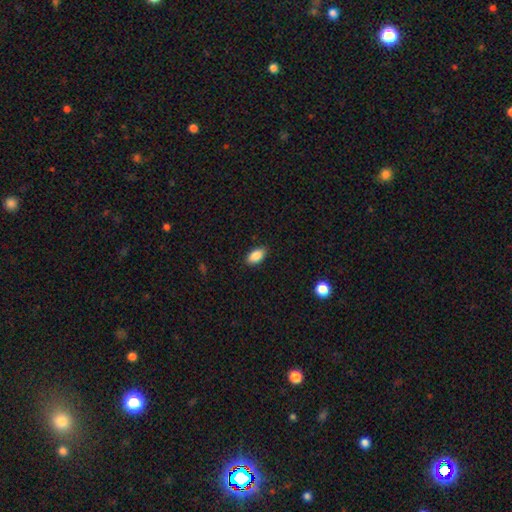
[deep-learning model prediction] Q: Smooth or featured?
A: smooth (88%); runner-up: star or artifact (8%)
Q: How rounded?
A: in between (92%); runner-up: round (5%)
Q: Merging?
A: none (87%); runner-up: minor disturbance (10%)